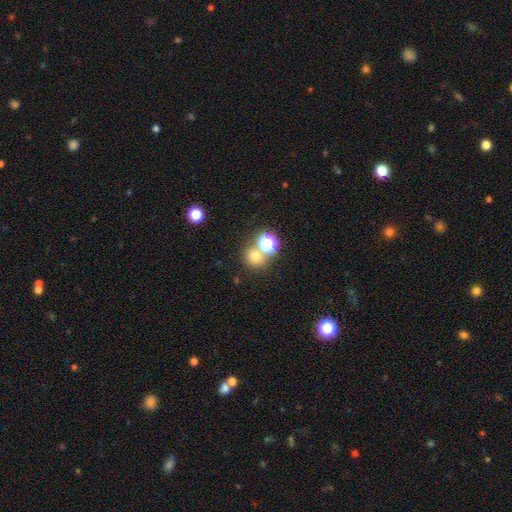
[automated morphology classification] This appears to be a smooth galaxy with no disk features (69%) that is round (81%). Merging: none (58%).